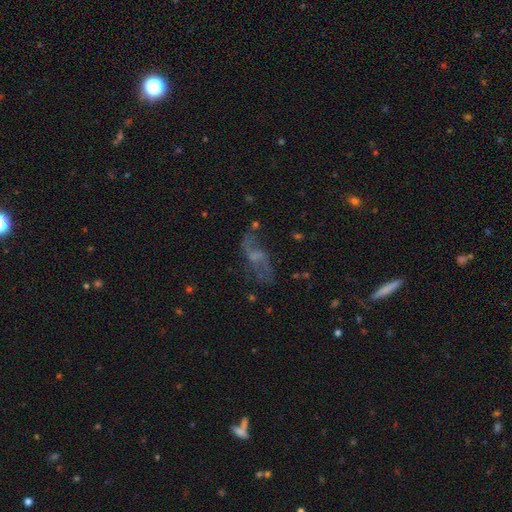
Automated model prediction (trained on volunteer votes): A featured or disk galaxy (63%) with no bar (46%), spiral arms (75%) and no central bulge (49%).

Vote fractions:
- Smooth or featured? featured or disk: 63% / smooth: 22% / star or artifact: 15%
- Edge-on disk? no: 92% / yes: 8%
- Bar? no: 46% / weak: 41% / strong: 13%
- Spiral arms? yes: 75% / no: 25%
- Bulge size? none: 49% / small: 29% / moderate: 17% / large: 4% / dominant: 1%
- Merging? none: 53% / major disturbance: 23% / minor disturbance: 19% / merger: 5%